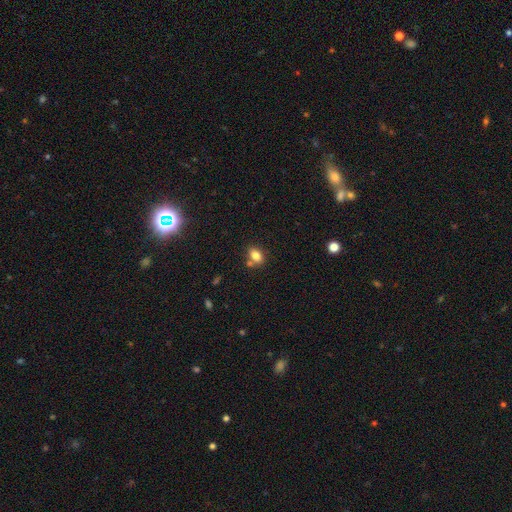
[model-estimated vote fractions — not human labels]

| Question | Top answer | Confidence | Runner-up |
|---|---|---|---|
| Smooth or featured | smooth | 81% | star or artifact (10%) |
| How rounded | in between | 78% | round (20%) |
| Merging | none | 66% | merger (18%) |